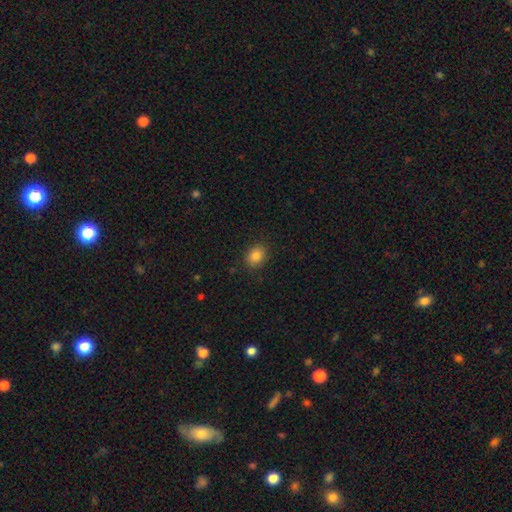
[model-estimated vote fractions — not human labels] This appears to be a smooth galaxy with no disk features (86%) that is round (51%). Merging: none (88%).